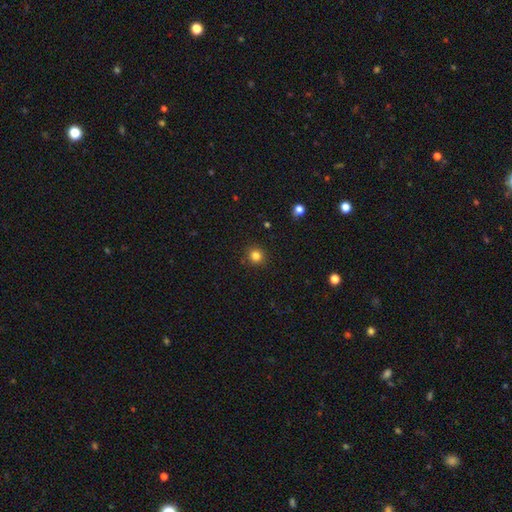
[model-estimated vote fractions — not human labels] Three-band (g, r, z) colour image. It shows a smooth galaxy with no disk features (83%) that is round (93%). Merging: none (91%).